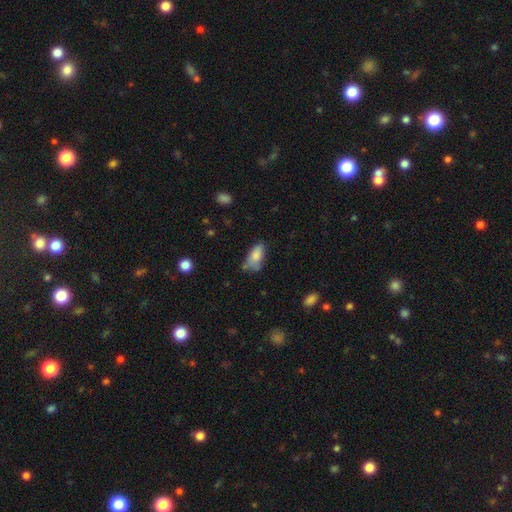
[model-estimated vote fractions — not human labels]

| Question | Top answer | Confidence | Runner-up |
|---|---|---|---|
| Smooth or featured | smooth | 79% | featured or disk (13%) |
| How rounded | in between | 89% | cigar-shaped (8%) |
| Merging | none | 46% | minor disturbance (34%) |